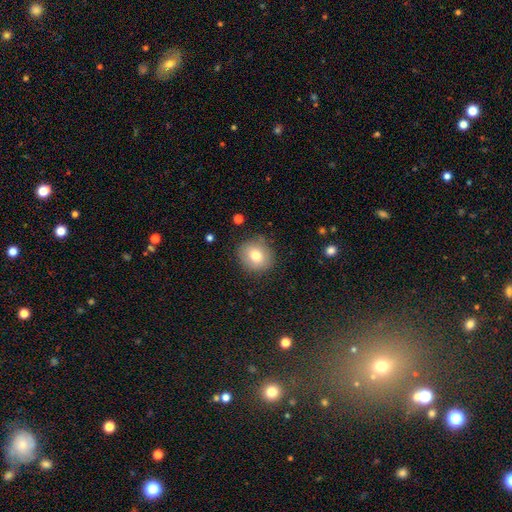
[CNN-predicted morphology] This is likely a smooth galaxy (77%). How rounded: clearly round (83%). Merging: clearly none (82%).